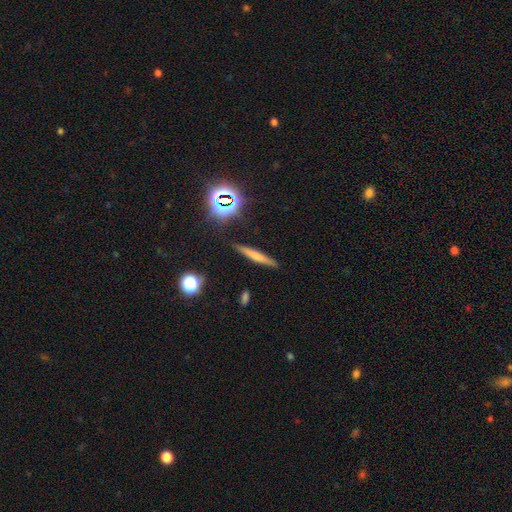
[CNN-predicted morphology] Overall: smooth (58%; featured or disk 29%). How rounded: cigar-shaped (92%). Merging: none (87%).